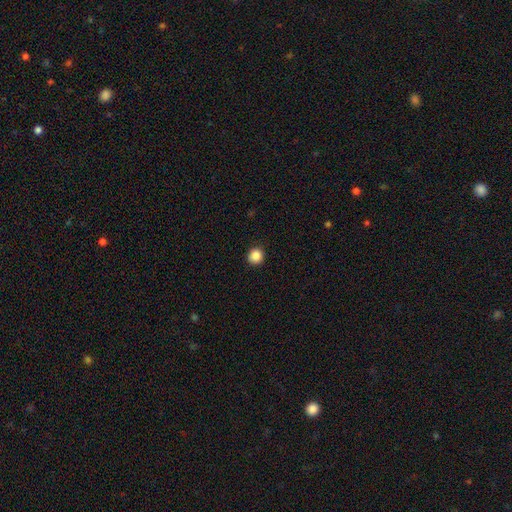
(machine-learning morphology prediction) Smooth or featured? smooth (87%)
How rounded? round (93%)
Merging? none (92%)